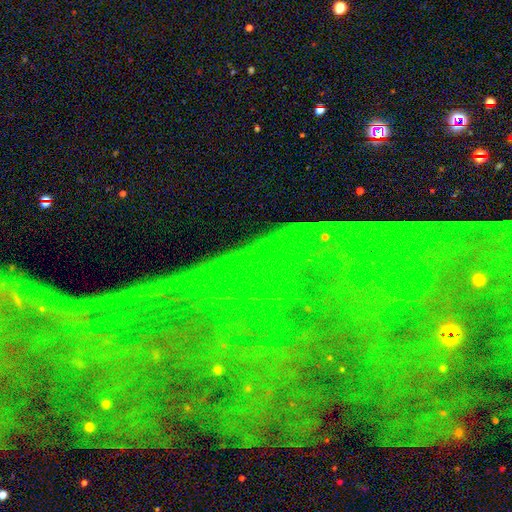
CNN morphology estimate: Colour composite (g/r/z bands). It shows a star or artifact, not a galaxy (83%).